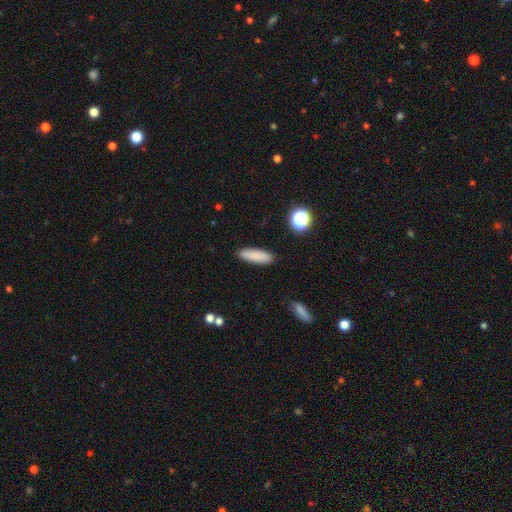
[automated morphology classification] The model was most divided on "how rounded": cigar-shaped: 56%, in between: 42%, round: 2%. More confident: merging — none (90%); smooth or featured — smooth (86%).